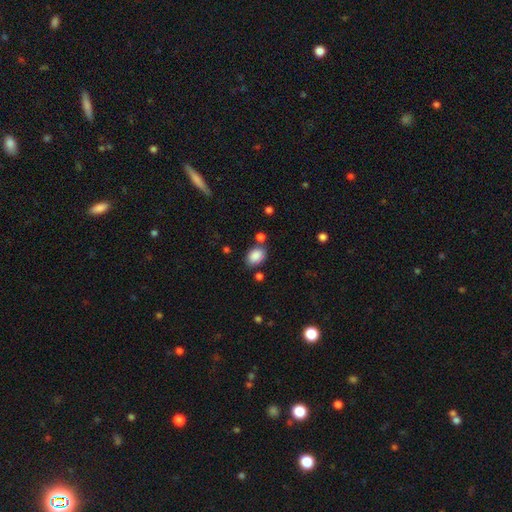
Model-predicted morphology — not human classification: A smooth galaxy with no disk features (87%) that is in between round and cigar-shaped (75%). Merging: none (68%).